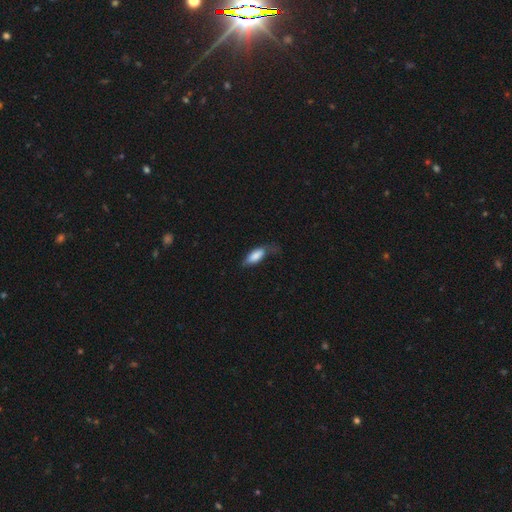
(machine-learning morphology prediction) A smooth galaxy with no disk features (83%) that is in between round and cigar-shaped (77%).

Vote fractions:
- Smooth or featured? smooth: 83% / featured or disk: 11% / star or artifact: 6%
- How rounded? in between: 77% / cigar-shaped: 20% / round: 2%
- Merging? none: 41% / minor disturbance: 34% / major disturbance: 22% / merger: 3%